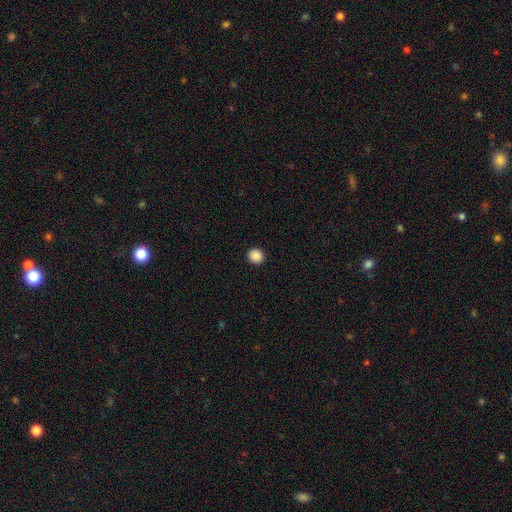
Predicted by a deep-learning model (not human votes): A smooth galaxy with no disk features (89%) that is round (89%). Merging: none (93%).